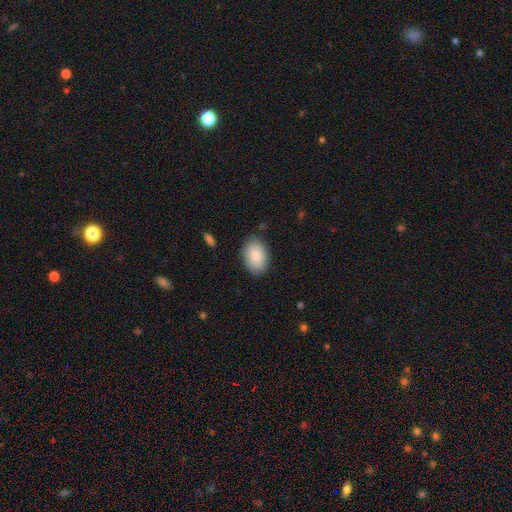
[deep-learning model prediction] A smooth galaxy with no disk features (84%) that is in between round and cigar-shaped (87%).

Vote fractions:
- Smooth or featured? smooth: 84% / featured or disk: 9% / star or artifact: 6%
- How rounded? in between: 87% / round: 11% / cigar-shaped: 1%
- Merging? none: 83% / minor disturbance: 13% / major disturbance: 3% / merger: 1%